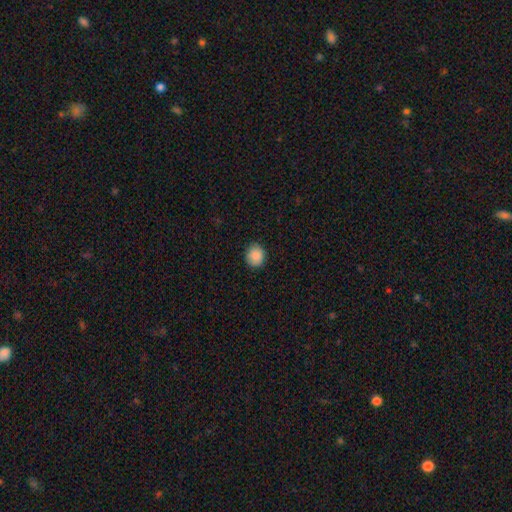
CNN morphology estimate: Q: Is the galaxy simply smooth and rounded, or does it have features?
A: smooth — 88%.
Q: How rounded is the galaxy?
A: round — 81%.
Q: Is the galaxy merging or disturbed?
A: none — 87%.